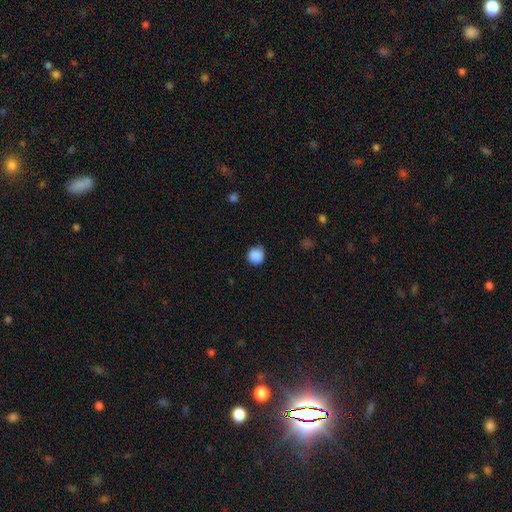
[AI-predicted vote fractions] Smooth or featured? Predicted: smooth (p=0.88). How rounded? Predicted: round (p=0.92). Merging? Predicted: none (p=0.79).